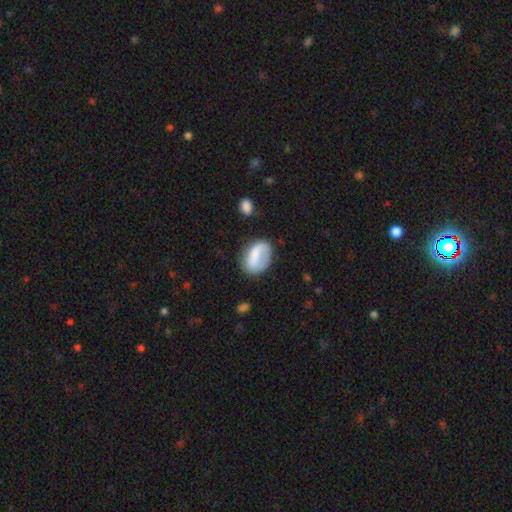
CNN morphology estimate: Q: Smooth or featured?
A: smooth (66%); runner-up: featured or disk (27%)
Q: How rounded?
A: in between (79%); runner-up: round (20%)
Q: Merging?
A: none (57%); runner-up: minor disturbance (25%)